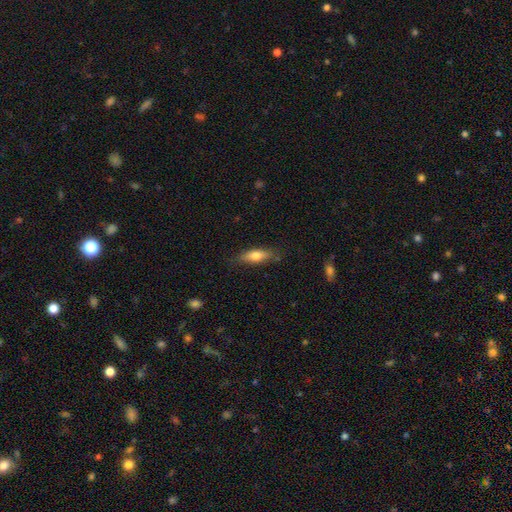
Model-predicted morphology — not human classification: Q: Smooth or featured?
A: smooth (68%); runner-up: featured or disk (26%)
Q: How rounded?
A: in between (50%); runner-up: cigar-shaped (47%)
Q: Merging?
A: none (80%); runner-up: minor disturbance (15%)